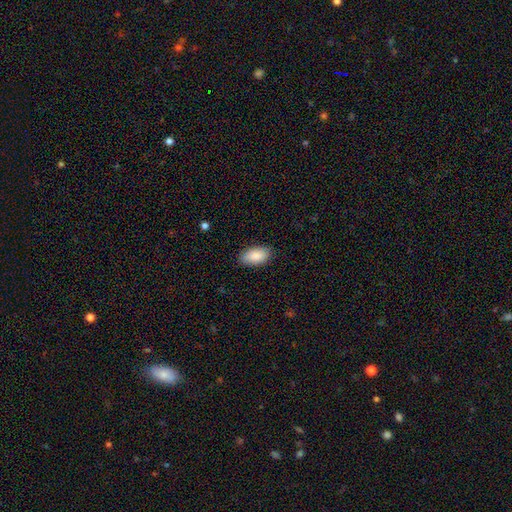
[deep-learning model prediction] smooth 89%, star or artifact 6%, featured or disk 5%. Down the decision tree: how rounded — in between (94%); merging — none (87%).